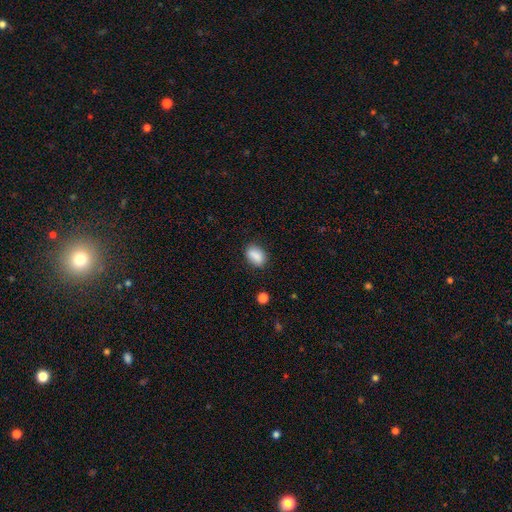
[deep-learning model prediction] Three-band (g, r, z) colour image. It shows a smooth galaxy with no disk features (88%) that is in between round and cigar-shaped (85%). Merging: none (83%).